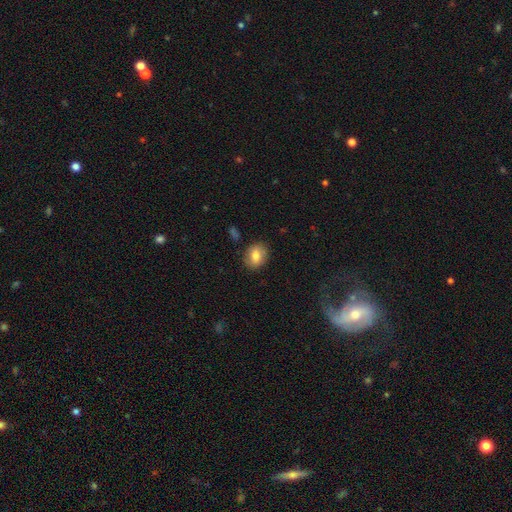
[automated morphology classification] smooth-or-featured: smooth: 77% | featured or disk: 15% | star or artifact: 8%
  how-rounded: in between: 56% | round: 43% | cigar-shaped: 1%
  merging: none: 84% | minor disturbance: 11% | major disturbance: 3% | merger: 2%